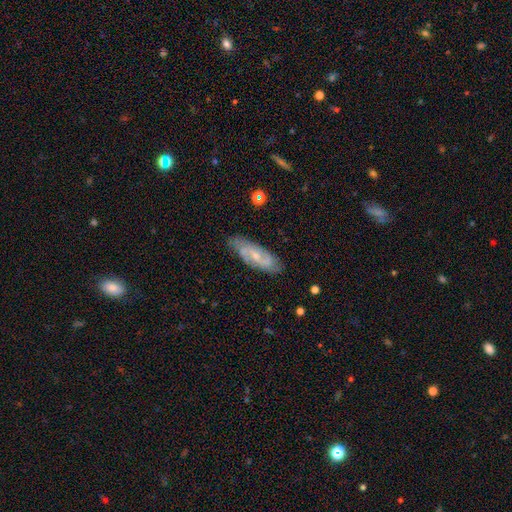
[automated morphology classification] type=featured or disk (77%); edge-on=no (88%); bar=weak (49%); spiral arms=yes (93%); winding=medium (46%); arm count=2 (73%); bulge=small (61%); merging=none (80%).